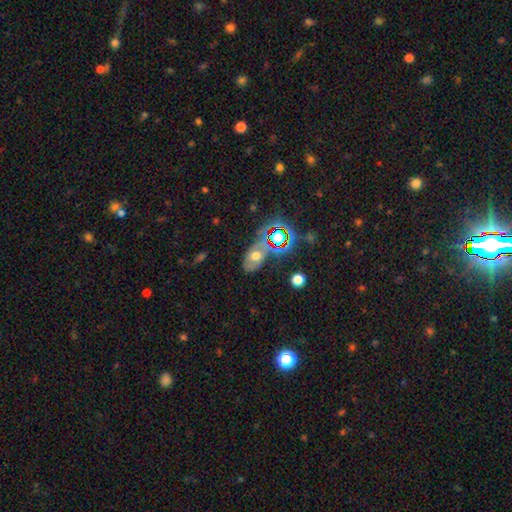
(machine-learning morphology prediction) A smooth galaxy with no disk features (48%). Merging: none (51%).